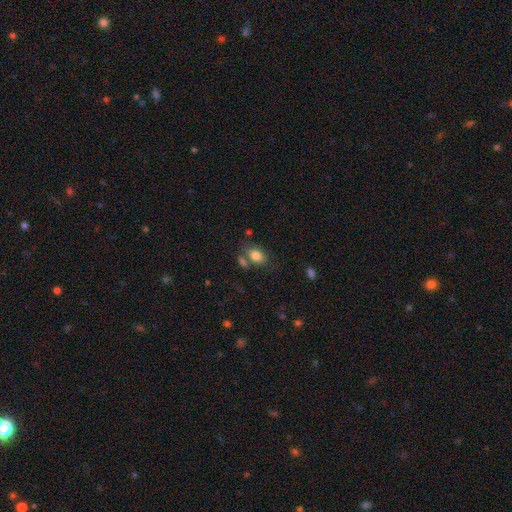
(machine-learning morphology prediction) Smooth or featured? smooth (81%)
How rounded? in between (79%)
Merging? none (61%)